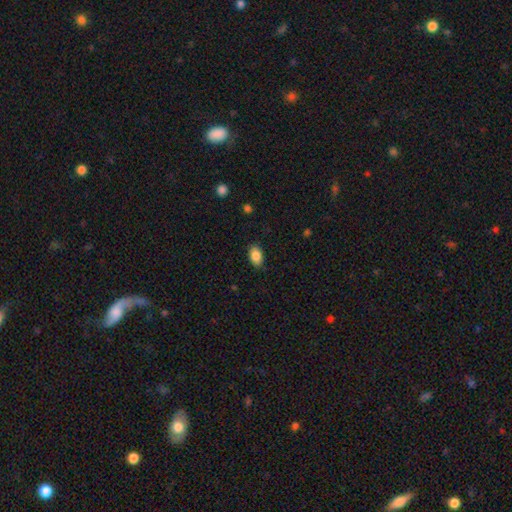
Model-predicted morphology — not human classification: Smooth or featured?
  - smooth: 88% *
  - star or artifact: 8%
  - featured or disk: 5%
How rounded?
  - in between: 90% *
  - round: 9%
  - cigar-shaped: 1%
Merging?
  - none: 86% *
  - minor disturbance: 10%
  - major disturbance: 2%
  - merger: 1%